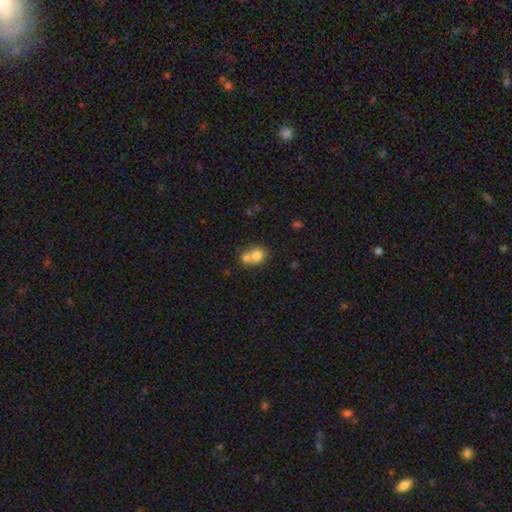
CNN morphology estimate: Smooth or featured? Predicted: smooth (p=0.75). How rounded? Predicted: round (p=0.69). Merging? Predicted: merger (p=0.61).